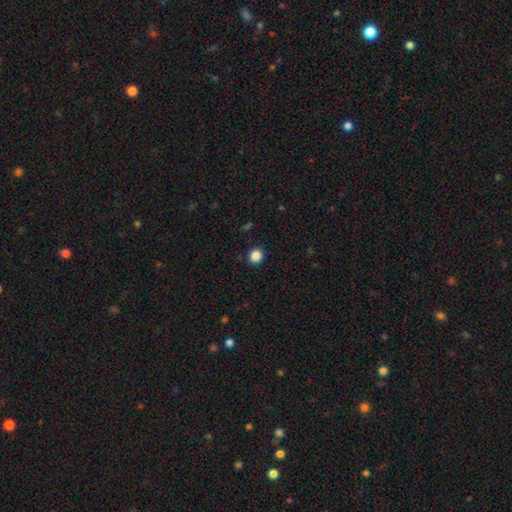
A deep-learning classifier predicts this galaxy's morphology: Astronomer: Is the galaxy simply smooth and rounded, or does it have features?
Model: smooth — 87%.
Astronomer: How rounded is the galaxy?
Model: round — 80%.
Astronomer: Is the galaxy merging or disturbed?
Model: none — 91%.